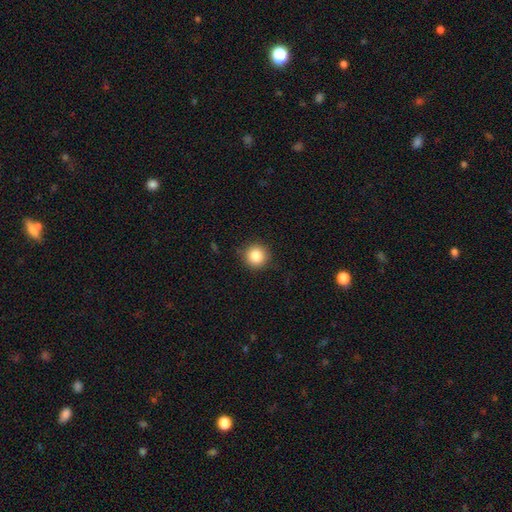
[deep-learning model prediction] Q: Smooth or featured?
A: smooth (85%); runner-up: star or artifact (10%)
Q: How rounded?
A: round (94%); runner-up: in between (5%)
Q: Merging?
A: none (90%); runner-up: minor disturbance (7%)